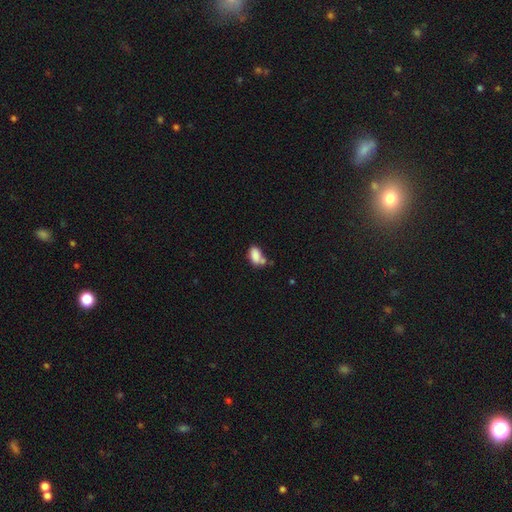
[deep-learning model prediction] smooth 82%, star or artifact 10%, featured or disk 9%. Down the decision tree: how rounded — in between (90%); merging — none (37%).